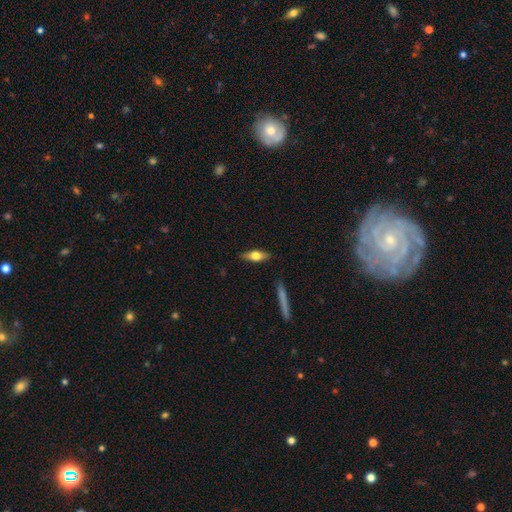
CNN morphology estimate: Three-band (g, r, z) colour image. It shows a smooth galaxy with no disk features (48%). Merging: none (87%).